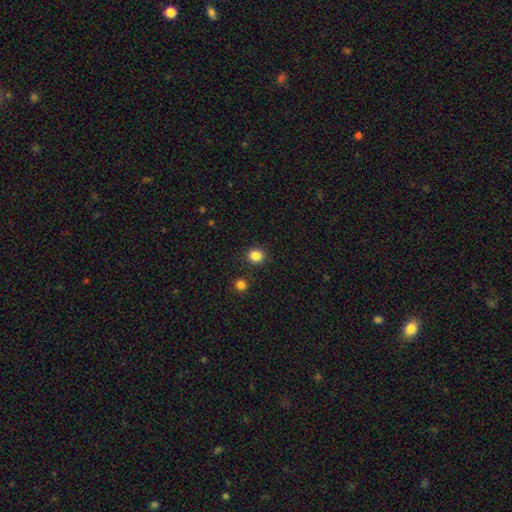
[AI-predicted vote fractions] A smooth galaxy with no disk features (84%) that is round (82%).

Vote fractions:
- Smooth or featured? smooth: 84% / star or artifact: 12% / featured or disk: 4%
- How rounded? round: 82% / in between: 17% / cigar-shaped: 1%
- Merging? none: 89% / minor disturbance: 6% / merger: 3% / major disturbance: 2%